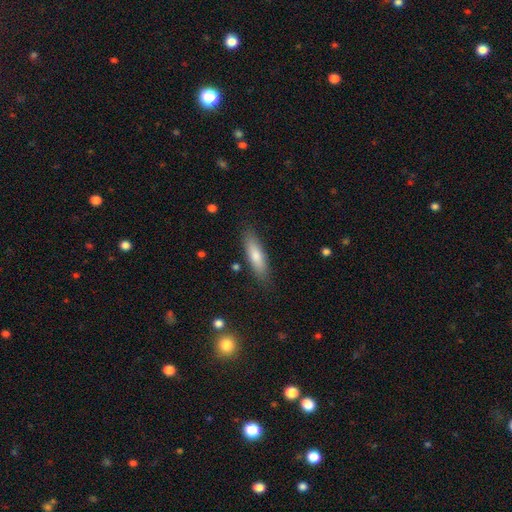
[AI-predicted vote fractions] Smooth or featured? smooth (74%)
How rounded? cigar-shaped (61%)
Merging? none (84%)